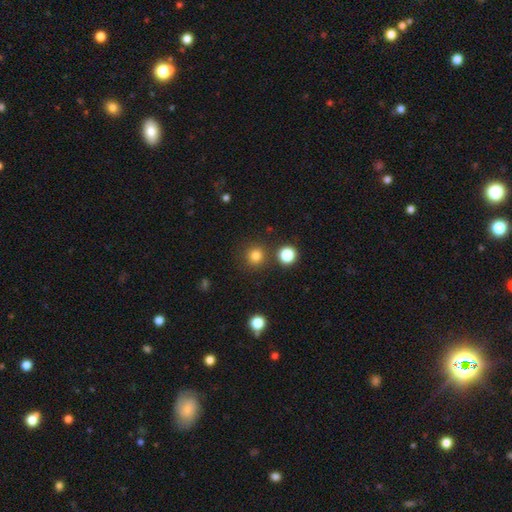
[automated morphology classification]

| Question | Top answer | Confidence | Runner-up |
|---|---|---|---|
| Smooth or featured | smooth | 81% | star or artifact (14%) |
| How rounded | round | 93% | in between (6%) |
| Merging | none | 85% | minor disturbance (7%) |